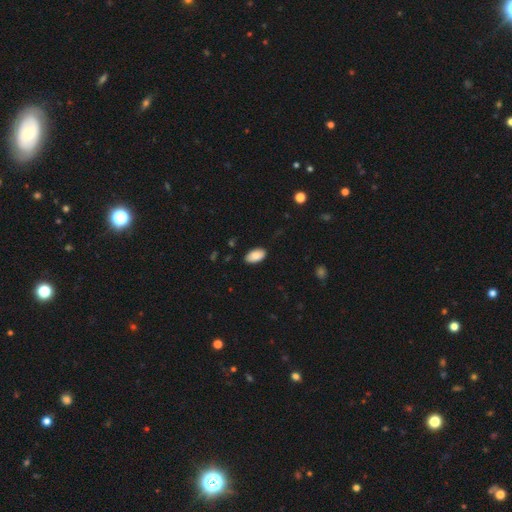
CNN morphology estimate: Overall: smooth (87%). How rounded: in between (95%). Merging: none (85%).